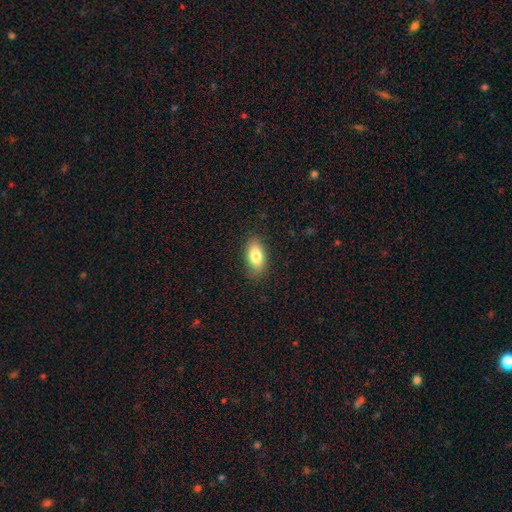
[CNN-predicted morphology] A smooth galaxy with no disk features (81%) that is in between round and cigar-shaped (90%).

Vote fractions:
- Smooth or featured? smooth: 81% / featured or disk: 12% / star or artifact: 7%
- How rounded? in between: 90% / cigar-shaped: 6% / round: 4%
- Merging? none: 83% / minor disturbance: 13% / major disturbance: 3% / merger: 1%